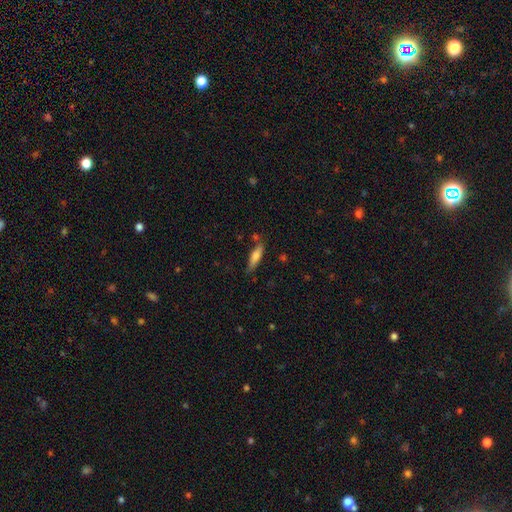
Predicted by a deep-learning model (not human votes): Smooth or featured? Predicted: smooth (p=0.68). How rounded? Predicted: cigar-shaped (p=0.71). Merging? Predicted: none (p=0.76).